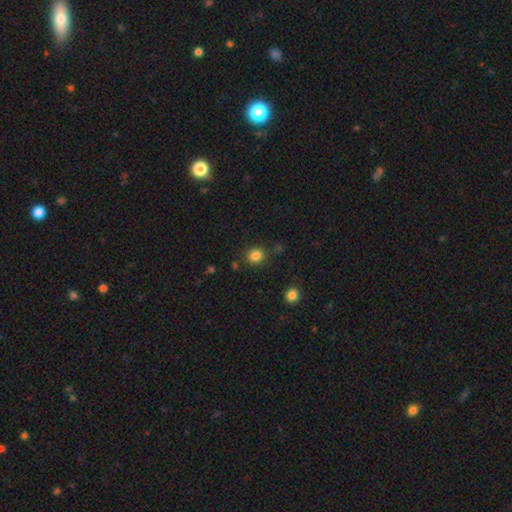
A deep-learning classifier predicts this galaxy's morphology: smooth 83%, star or artifact 12%, featured or disk 4%. Down the decision tree: how rounded — round (82%); merging — none (83%).